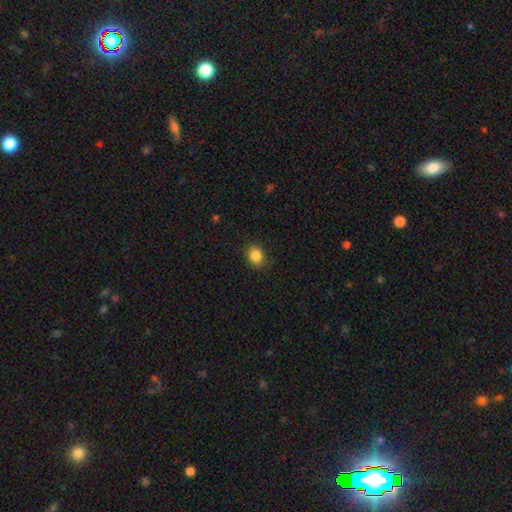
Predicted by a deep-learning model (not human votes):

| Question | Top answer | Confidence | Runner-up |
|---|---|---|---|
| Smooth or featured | smooth | 86% | star or artifact (10%) |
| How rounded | round | 56% | in between (43%) |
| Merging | none | 88% | minor disturbance (9%) |